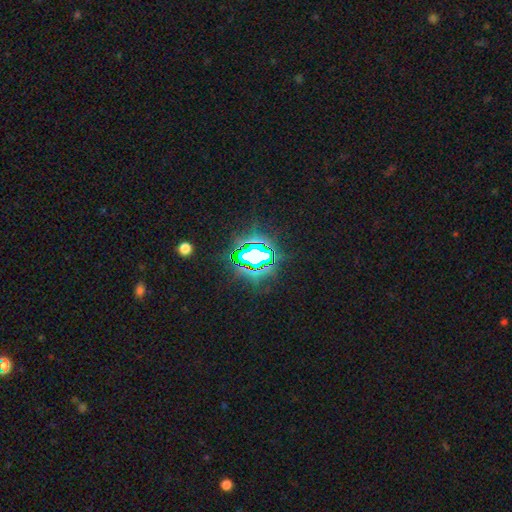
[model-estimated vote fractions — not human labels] Smooth or featured?
  - star or artifact: 76% *
  - smooth: 12%
  - featured or disk: 12%